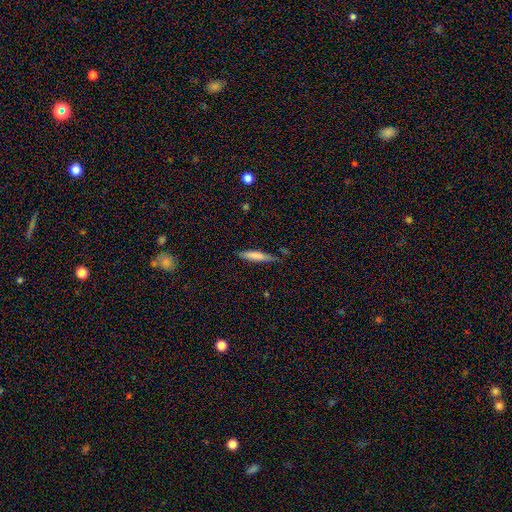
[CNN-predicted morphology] type=smooth (73%); roundness=cigar-shaped (86%); merging=none (75%).